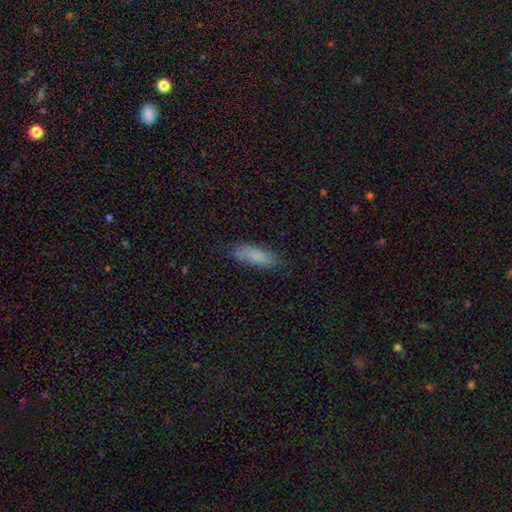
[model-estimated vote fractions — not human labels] Smooth or featured?
  - smooth: 81% *
  - featured or disk: 12%
  - star or artifact: 7%
How rounded?
  - in between: 55% *
  - cigar-shaped: 43%
  - round: 2%
Merging?
  - none: 70% *
  - minor disturbance: 23%
  - major disturbance: 5%
  - merger: 2%